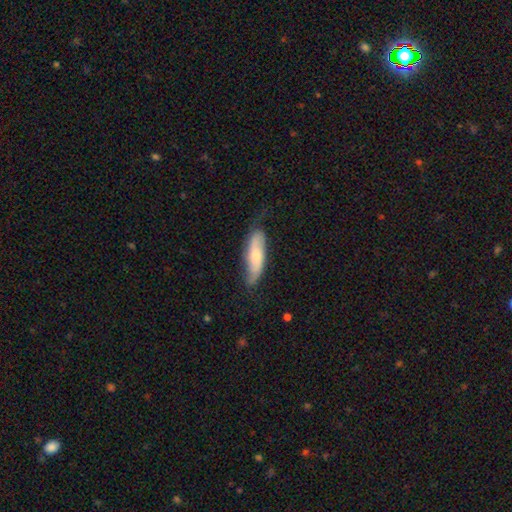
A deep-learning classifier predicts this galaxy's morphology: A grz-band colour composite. It shows a smooth galaxy with no disk features (55%) that is cigar-shaped (51%). Merging: none (64%).